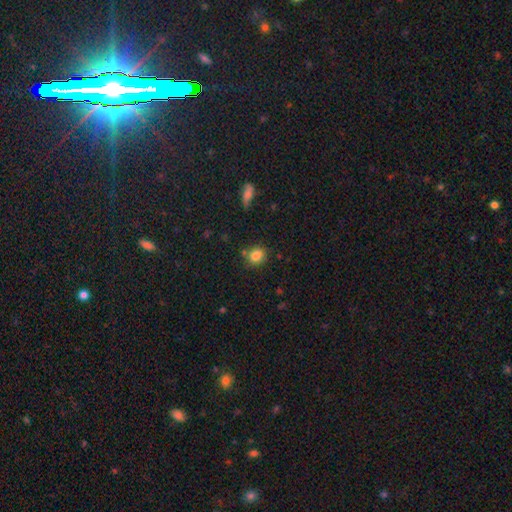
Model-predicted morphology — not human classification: smooth_or_featured: smooth (p=0.83) [alt: star or artifact p=0.11]
how_rounded: round (p=0.65) [alt: in between p=0.33]
merging: none (p=0.68) [alt: minor disturbance p=0.16]